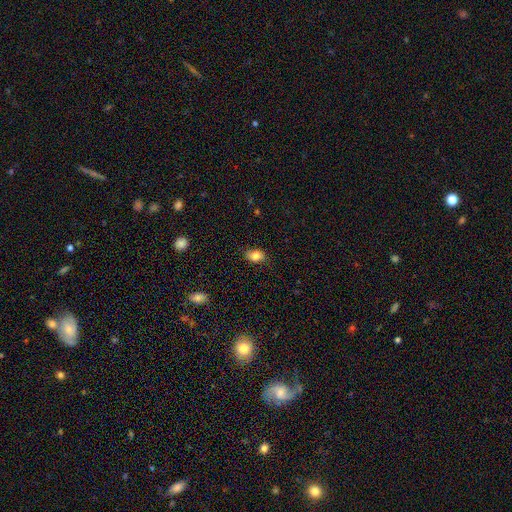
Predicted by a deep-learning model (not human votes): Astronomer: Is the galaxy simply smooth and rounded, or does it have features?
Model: smooth — 82%.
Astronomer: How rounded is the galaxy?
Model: in between — 76%.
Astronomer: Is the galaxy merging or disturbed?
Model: none — 80%.